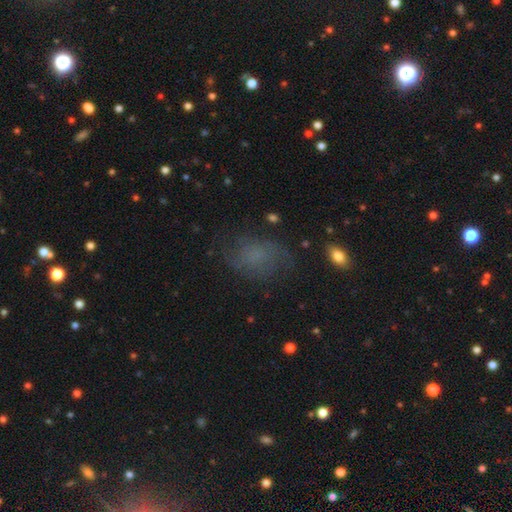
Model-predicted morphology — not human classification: A smooth galaxy with no disk features (54%) that is in between round and cigar-shaped (69%).

Vote fractions:
- Smooth or featured? smooth: 54% / featured or disk: 27% / star or artifact: 19%
- How rounded? in between: 69% / round: 29% / cigar-shaped: 2%
- Merging? none: 63% / minor disturbance: 21% / major disturbance: 14% / merger: 2%